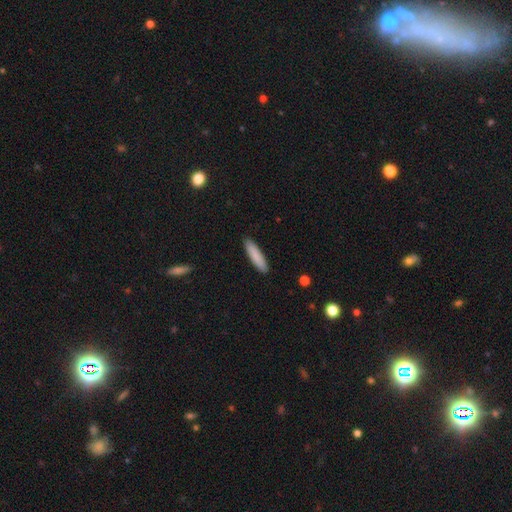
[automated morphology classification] Smooth or featured? smooth (86%)
How rounded? cigar-shaped (79%)
Merging? none (91%)